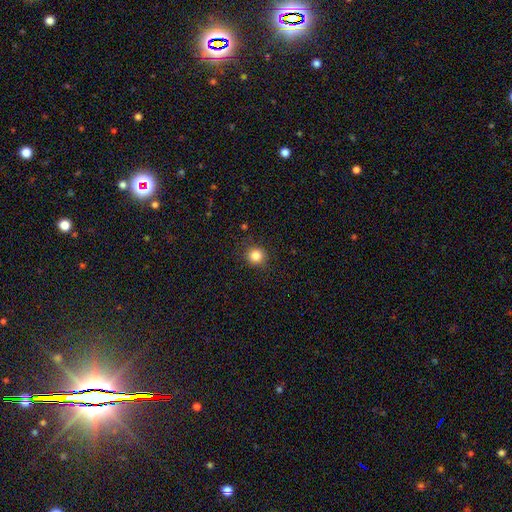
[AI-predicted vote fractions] smooth 84%, star or artifact 11%, featured or disk 4%. Down the decision tree: how rounded — round (91%); merging — none (89%).